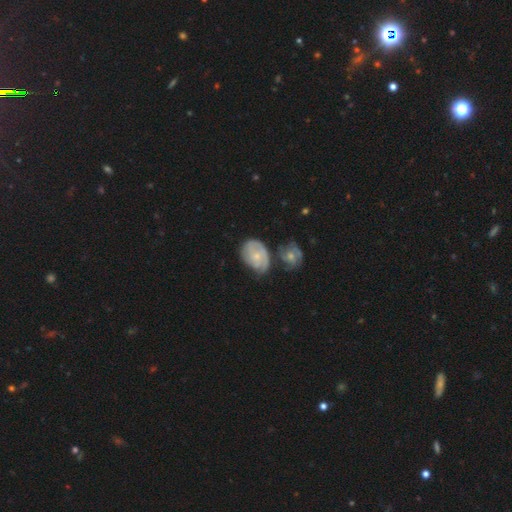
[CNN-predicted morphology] Smooth or featured? featured or disk (59%)
Edge-on disk? no (96%)
Bar? no (79%)
Spiral arms? yes (76%)
Bulge size? small (66%)
Merging? none (41%)